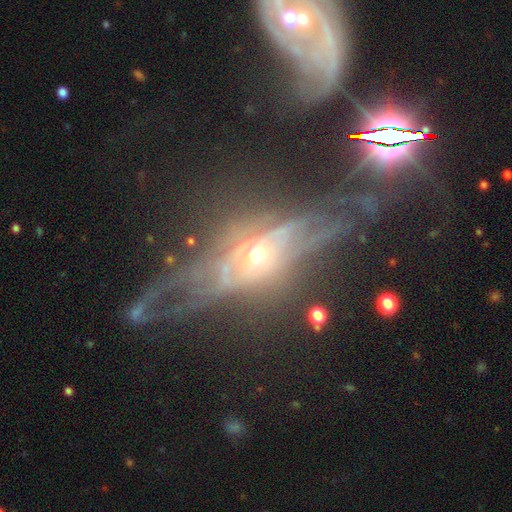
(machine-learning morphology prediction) A featured or disk galaxy (71%).

Vote fractions:
- Smooth or featured? featured or disk: 71% / star or artifact: 17% / smooth: 12%
- Edge-on disk? no: 53% / yes: 47%
- Merging? none: 42% / major disturbance: 33% / minor disturbance: 18% / merger: 6%